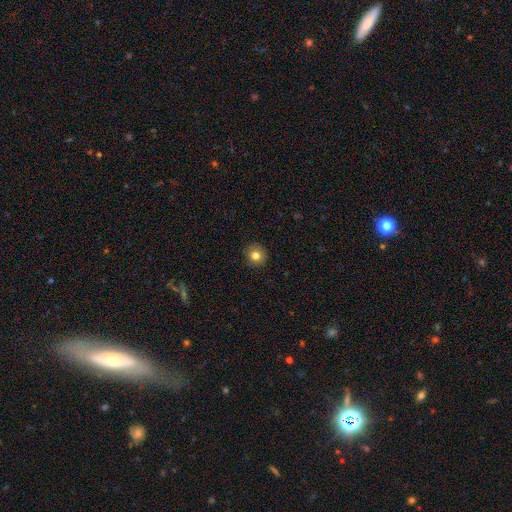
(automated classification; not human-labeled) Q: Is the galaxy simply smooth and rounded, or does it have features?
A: smooth — 81%.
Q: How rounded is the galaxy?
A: round — 92%.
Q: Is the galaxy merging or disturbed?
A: none — 91%.